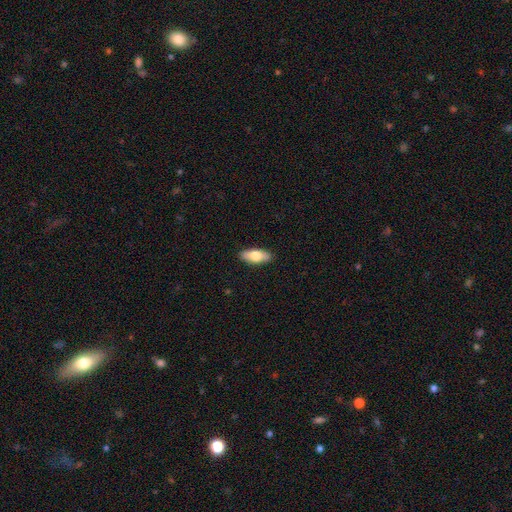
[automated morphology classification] Smooth or featured? Predicted: smooth (p=0.71). How rounded? Predicted: in between (p=0.83). Merging? Predicted: none (p=0.89).